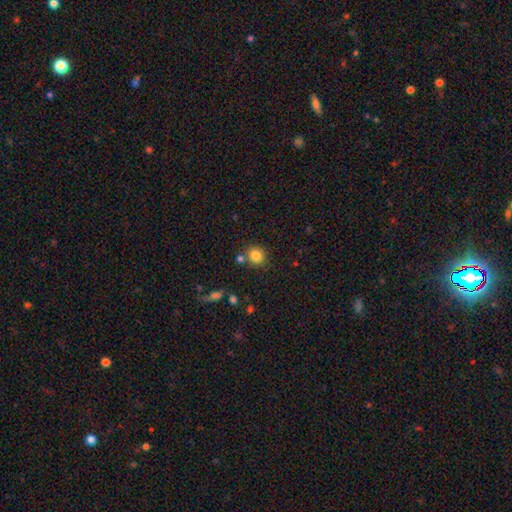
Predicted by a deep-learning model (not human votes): smooth 83%, star or artifact 11%, featured or disk 6%. Down the decision tree: how rounded — round (84%); merging — none (76%).